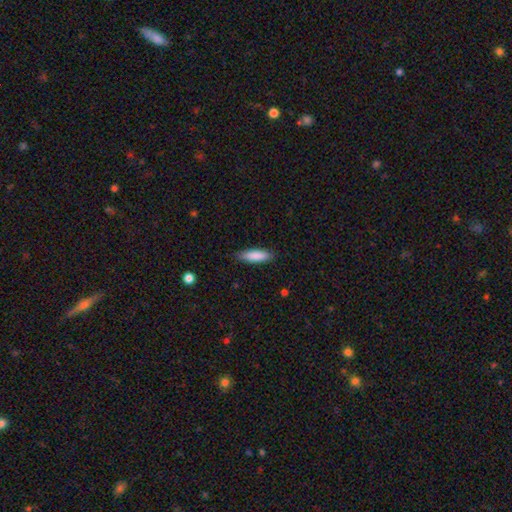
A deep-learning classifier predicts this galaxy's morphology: This appears to be a smooth galaxy with no disk features (87%) that is cigar-shaped (53%). Merging: none (85%).